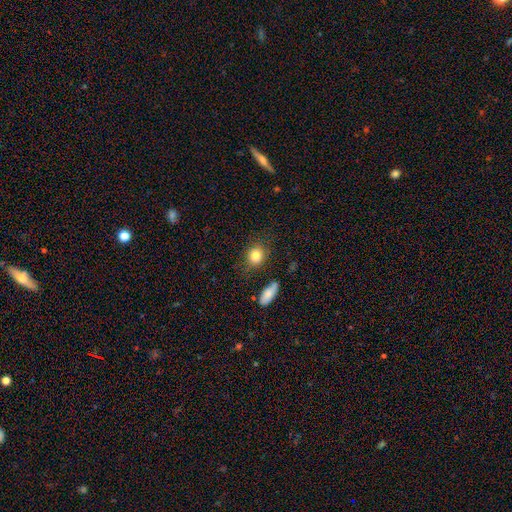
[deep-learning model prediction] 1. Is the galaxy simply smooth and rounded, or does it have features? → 83% smooth, 9% star or artifact, 8% featured or disk.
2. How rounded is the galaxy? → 69% round, 30% in between, 2% cigar-shaped.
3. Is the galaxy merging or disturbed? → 79% none, 13% minor disturbance, 4% merger, 4% major disturbance.